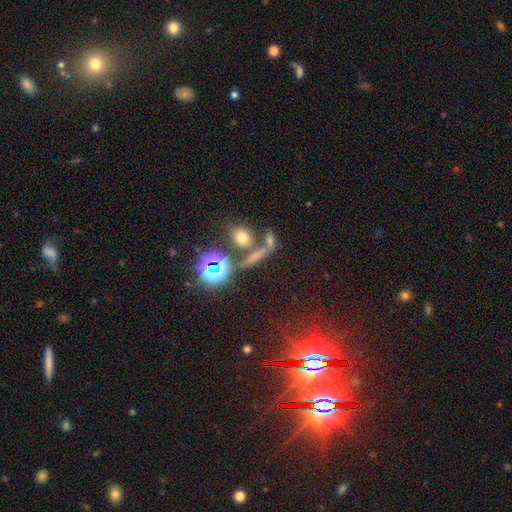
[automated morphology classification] smooth_or_featured: smooth (p=0.53) [alt: star or artifact p=0.29]
how_rounded: cigar-shaped (p=0.45) [alt: in between p=0.28]
merging: none (p=0.63) [alt: merger p=0.22]